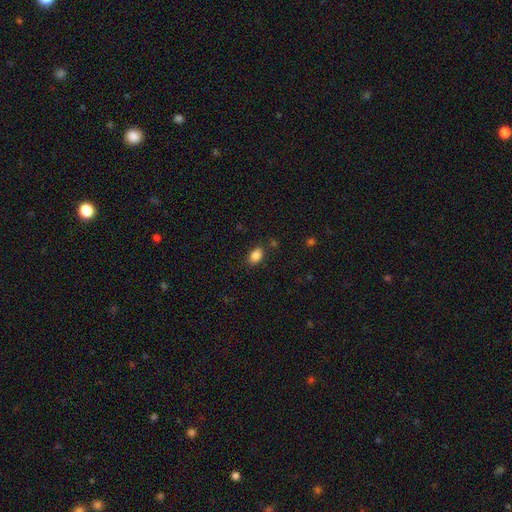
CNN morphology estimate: The model was most divided on "how rounded": in between: 84%, round: 15%, cigar-shaped: 1%. More confident: smooth or featured — smooth (85%); merging — none (82%).